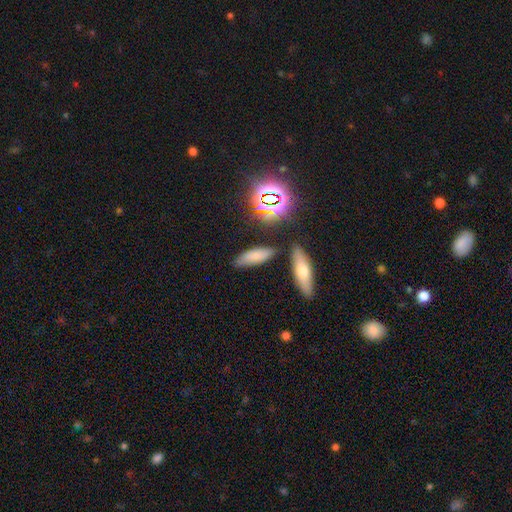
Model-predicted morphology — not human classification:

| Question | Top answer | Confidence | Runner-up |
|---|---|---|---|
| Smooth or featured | smooth | 72% | star or artifact (14%) |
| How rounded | in between | 59% | cigar-shaped (38%) |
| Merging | none | 77% | minor disturbance (13%) |